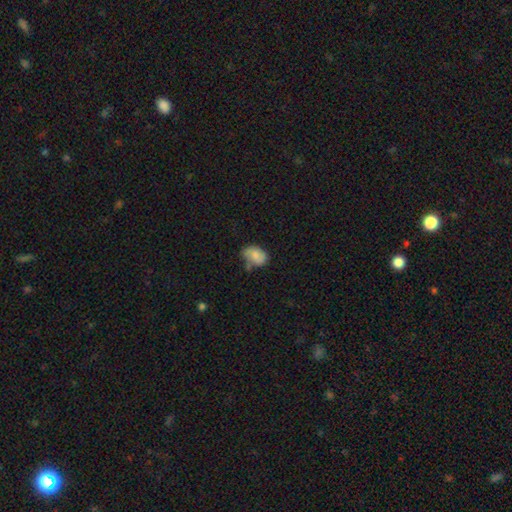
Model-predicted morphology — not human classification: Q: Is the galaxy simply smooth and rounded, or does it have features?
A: smooth — 70%.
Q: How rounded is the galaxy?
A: in between — 81%.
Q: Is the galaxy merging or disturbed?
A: none — 46%.